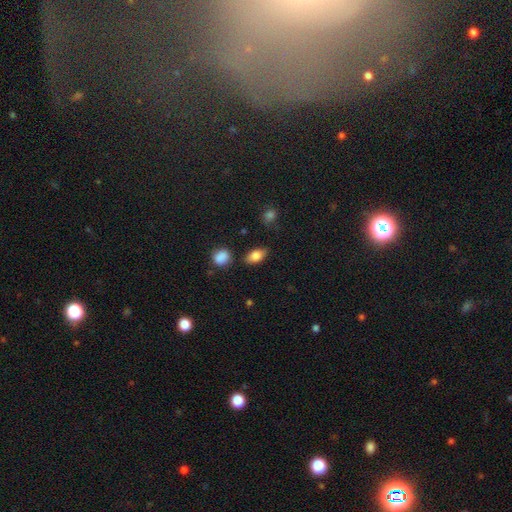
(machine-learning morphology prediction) Smooth or featured? Predicted: smooth (p=0.83). How rounded? Predicted: in between (p=0.87). Merging? Predicted: none (p=0.81).